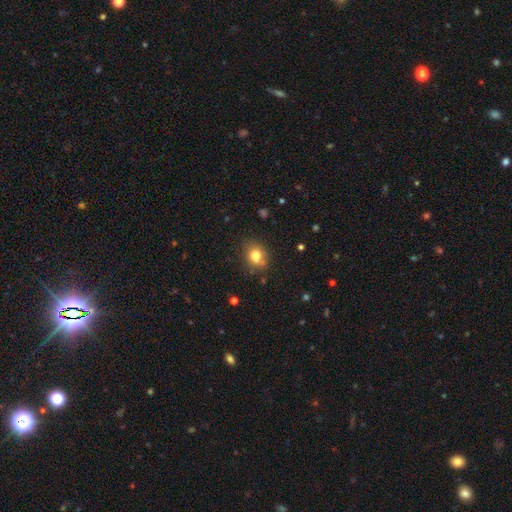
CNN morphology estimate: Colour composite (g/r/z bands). It shows a smooth galaxy with no disk features (77%) that is round (67%). Merging: none (70%).